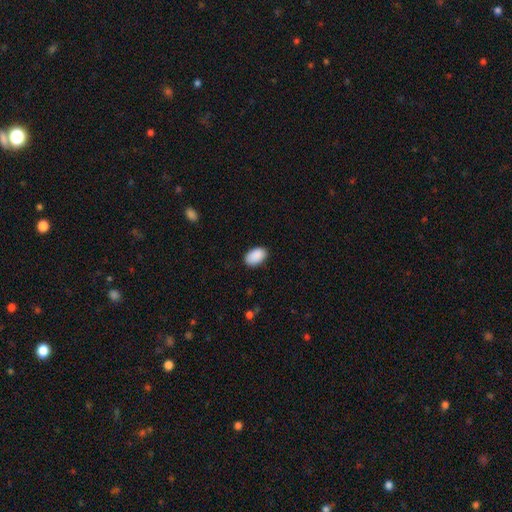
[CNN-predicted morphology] Overall: smooth (91%). How rounded: in between (93%). Merging: none (87%).